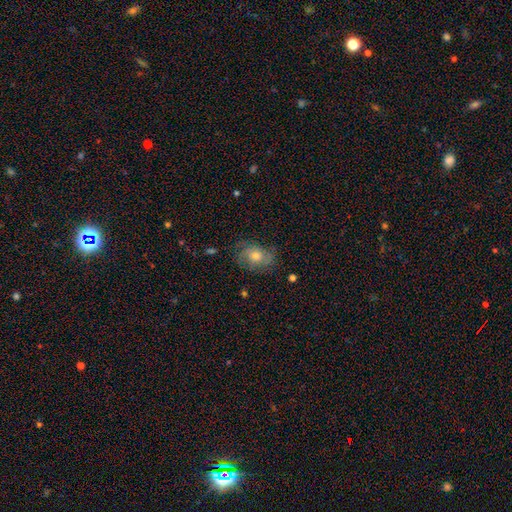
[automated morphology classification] Smooth or featured?
  - featured or disk: 59% *
  - smooth: 29%
  - star or artifact: 12%
Edge-on disk?
  - no: 96% *
  - yes: 4%
Bar?
  - no: 80% *
  - weak: 17%
  - strong: 3%
Spiral arms?
  - yes: 85% *
  - no: 15%
Bulge size?
  - moderate: 66% *
  - small: 25%
  - large: 6%
  - none: 2%
  - dominant: 1%
Merging?
  - none: 72% *
  - minor disturbance: 19%
  - major disturbance: 8%
  - merger: 1%